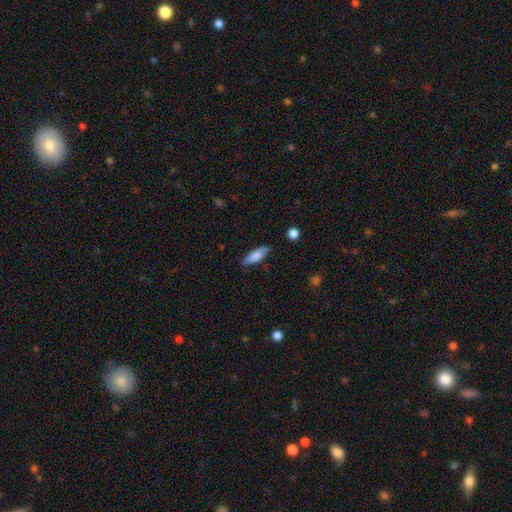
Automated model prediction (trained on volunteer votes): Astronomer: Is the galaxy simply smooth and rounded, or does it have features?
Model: smooth — 82%.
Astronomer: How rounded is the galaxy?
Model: in between — 53% (runner-up: cigar-shaped, 46%).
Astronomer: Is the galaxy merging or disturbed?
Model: none — 80%.